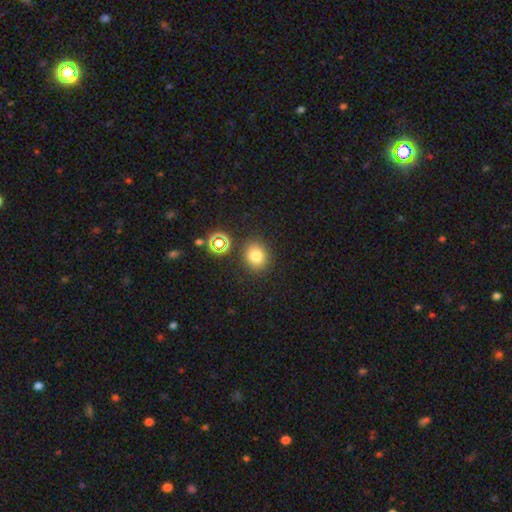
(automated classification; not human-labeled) Smooth or featured: smooth — 76% (star or artifact — 16%)
How rounded: round — 76% (in between — 23%)
Merging: none — 85% (minor disturbance — 8%)